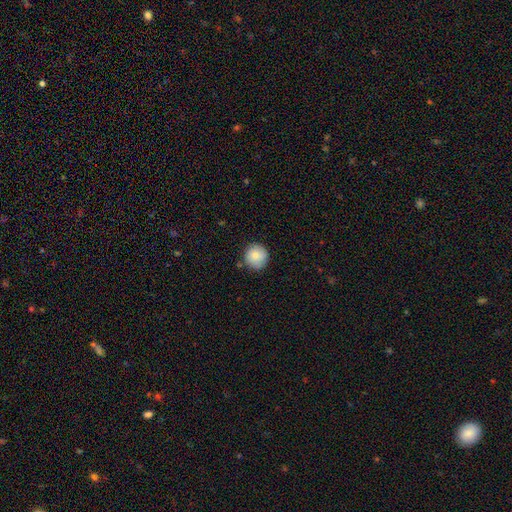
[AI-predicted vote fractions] The model was most divided on "merging": none: 82%, minor disturbance: 13%, major disturbance: 3%, merger: 2%. More confident: how rounded — round (94%); smooth or featured — smooth (82%).